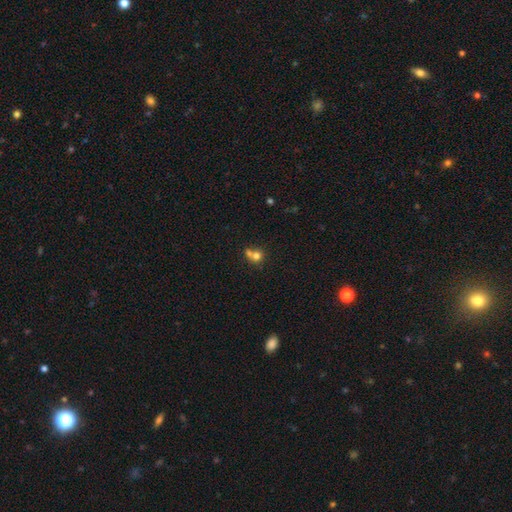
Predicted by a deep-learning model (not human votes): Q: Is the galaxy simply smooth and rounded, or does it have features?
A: smooth — 72%.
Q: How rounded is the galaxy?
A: round — 81%.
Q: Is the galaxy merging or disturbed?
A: merger — 52%.